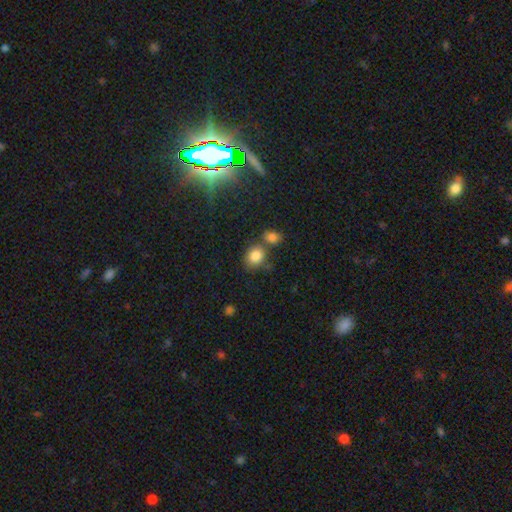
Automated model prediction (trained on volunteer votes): smooth_or_featured: smooth (p=0.82) [alt: star or artifact p=0.11]
how_rounded: round (p=0.61) [alt: in between p=0.38]
merging: none (p=0.60) [alt: merger p=0.24]